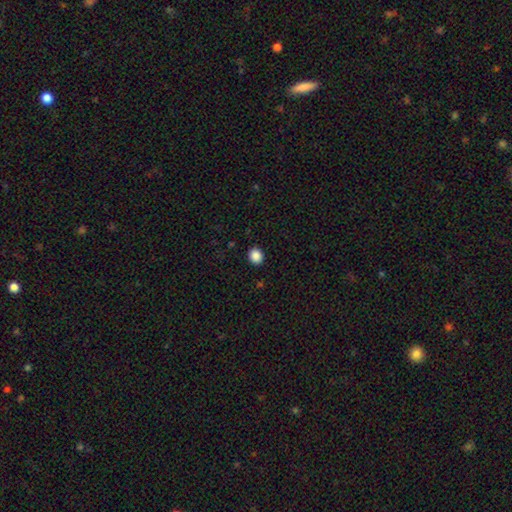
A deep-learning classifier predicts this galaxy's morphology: smooth_or_featured: smooth (p=0.88) [alt: star or artifact p=0.09]
how_rounded: round (p=0.70) [alt: in between p=0.29]
merging: none (p=0.91) [alt: minor disturbance p=0.06]